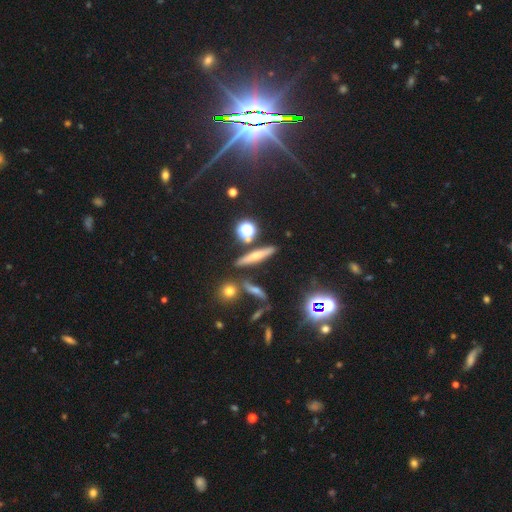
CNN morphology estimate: A smooth galaxy with no disk features (52%) that is cigar-shaped (73%). Merging: none (80%).